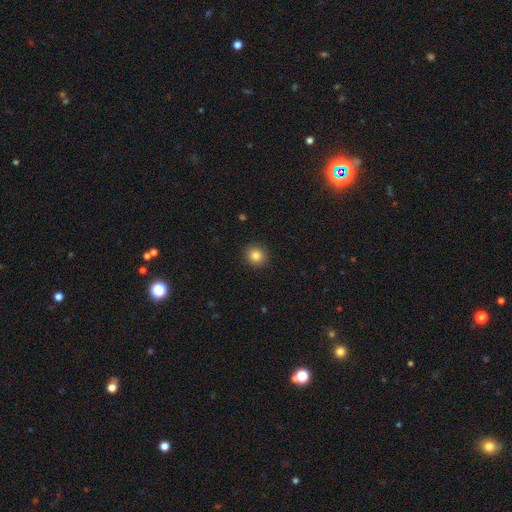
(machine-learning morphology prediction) Q: Smooth or featured?
A: smooth (84%); runner-up: star or artifact (10%)
Q: How rounded?
A: round (90%); runner-up: in between (9%)
Q: Merging?
A: none (91%); runner-up: minor disturbance (6%)